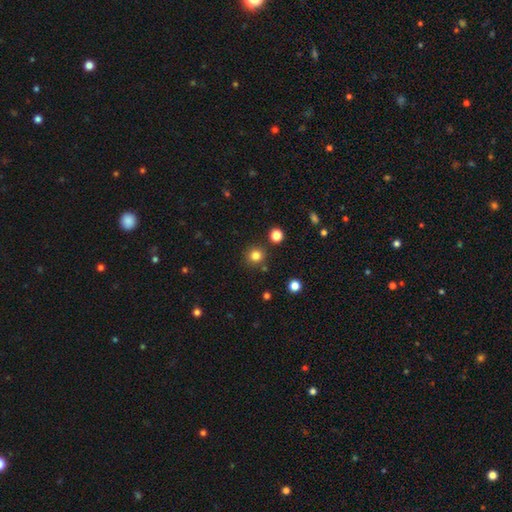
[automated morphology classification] smooth-or-featured: smooth: 82% | star or artifact: 14% | featured or disk: 5%
  how-rounded: round: 92% | in between: 7% | cigar-shaped: 1%
  merging: none: 86% | minor disturbance: 7% | merger: 5% | major disturbance: 3%